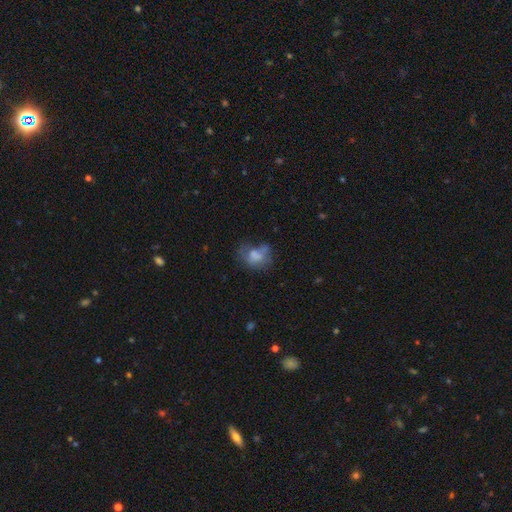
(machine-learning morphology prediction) This is likely a smooth galaxy (62%). How rounded: likely in between (63%). Merging: marginally none (28%).